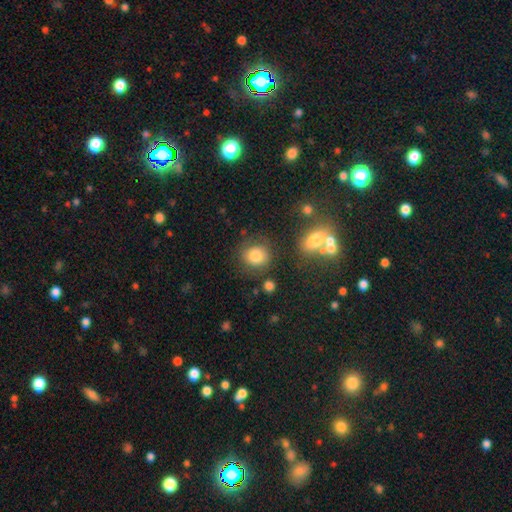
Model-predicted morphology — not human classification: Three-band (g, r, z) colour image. It shows a smooth galaxy with no disk features (82%) that is round (75%). Merging: none (75%).